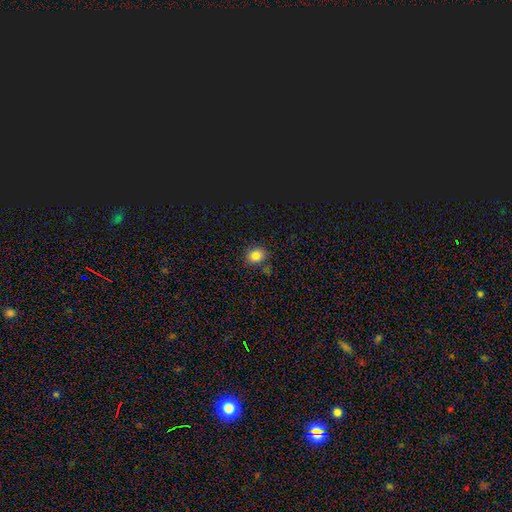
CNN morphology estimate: Smooth or featured? smooth (82%)
How rounded? round (65%)
Merging? none (78%)